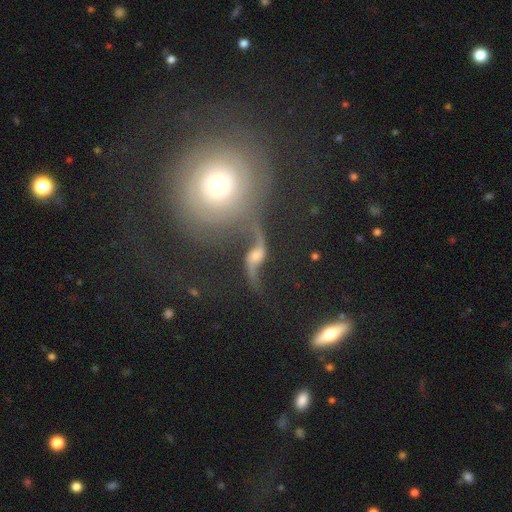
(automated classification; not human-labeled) The model was most divided on "bulge size": moderate: 40%, small: 30%, large: 14%, none: 11%, dominant: 4%. More confident: spiral arms — yes (96%); spiral arm count — 2 (94%); edge-on disk — no (94%); spiral winding — loose (94%); smooth or featured — featured or disk (85%); merging — none (56%); bar — no (51%).